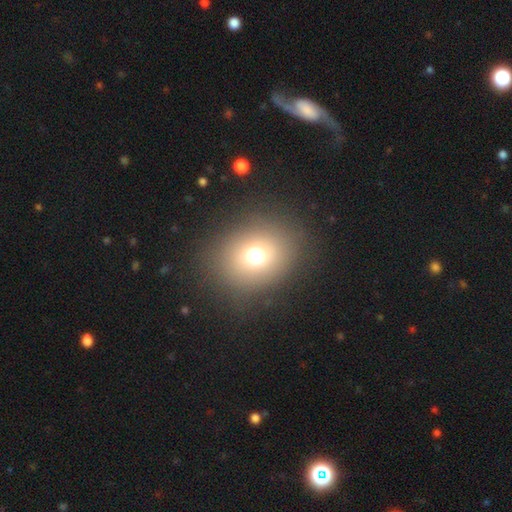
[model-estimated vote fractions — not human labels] This appears to be a smooth galaxy with no disk features (70%) that is round (72%). Merging: none (85%).